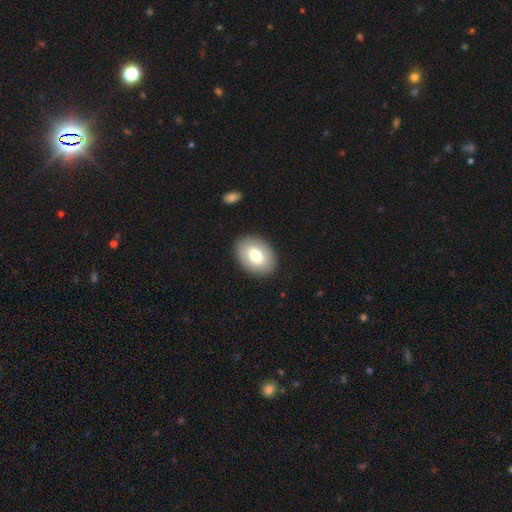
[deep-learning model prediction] A smooth galaxy with no disk features (74%) that is in between round and cigar-shaped (80%). Merging: none (89%).